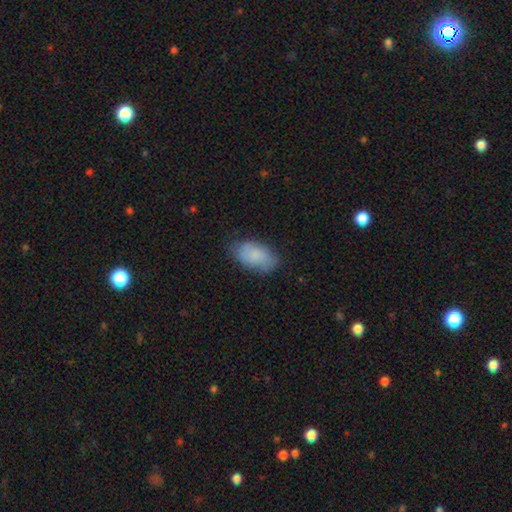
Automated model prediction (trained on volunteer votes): A smooth galaxy with no disk features (81%) that is in between round and cigar-shaped (93%).

Vote fractions:
- Smooth or featured? smooth: 81% / featured or disk: 12% / star or artifact: 7%
- How rounded? in between: 93% / round: 5% / cigar-shaped: 2%
- Merging? none: 70% / minor disturbance: 22% / major disturbance: 6% / merger: 1%